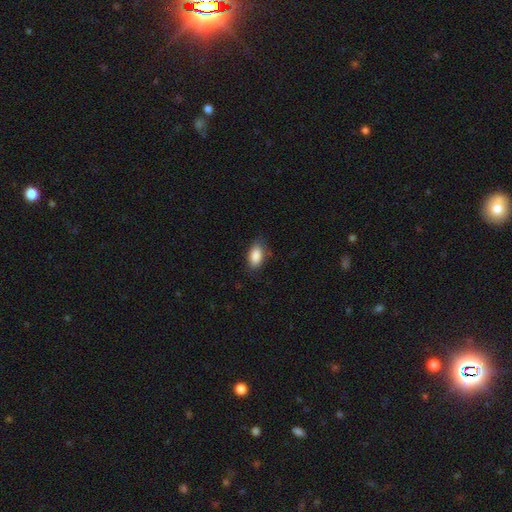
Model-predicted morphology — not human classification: smooth 88%, star or artifact 7%, featured or disk 5%. Down the decision tree: how rounded — in between (92%); merging — none (78%).